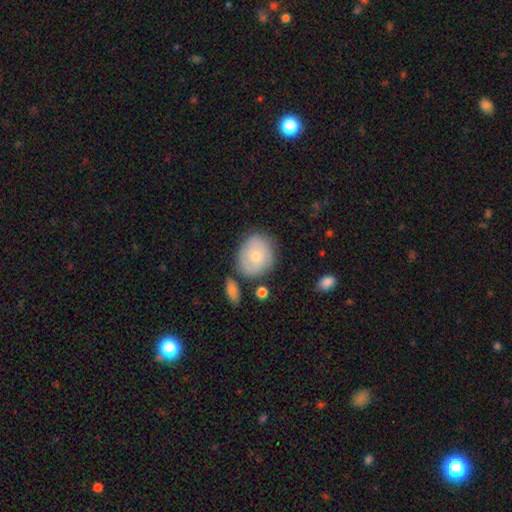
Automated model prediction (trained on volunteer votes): Smooth or featured? smooth (69%)
How rounded? round (67%)
Merging? none (71%)